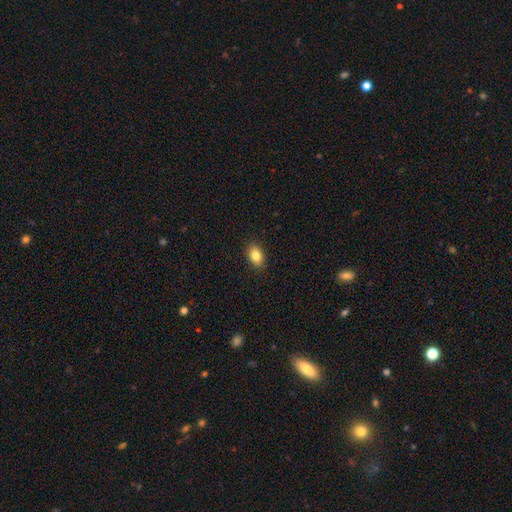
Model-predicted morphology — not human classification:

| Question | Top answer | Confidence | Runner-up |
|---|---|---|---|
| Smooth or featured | smooth | 84% | star or artifact (8%) |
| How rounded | in between | 86% | round (12%) |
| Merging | none | 89% | minor disturbance (8%) |